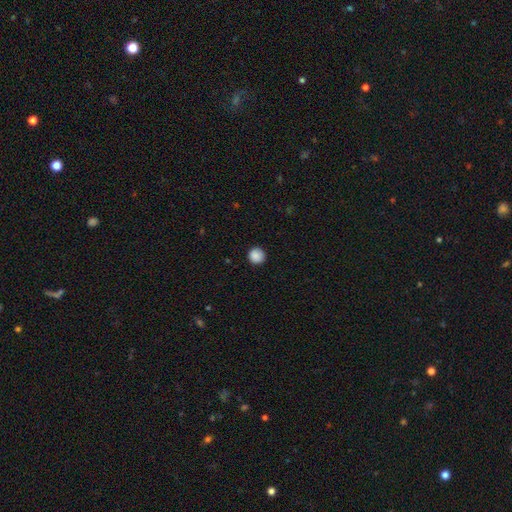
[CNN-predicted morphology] This appears to be a smooth galaxy with no disk features (88%) that is round (95%). Merging: none (91%).